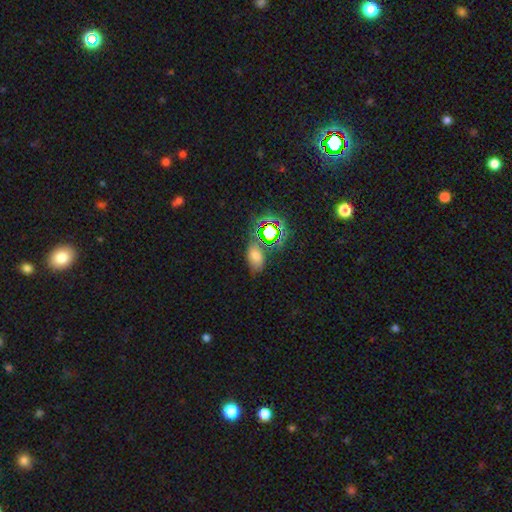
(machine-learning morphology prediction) A smooth galaxy with no disk features (59%) that is in between round and cigar-shaped (85%). Merging: none (68%).